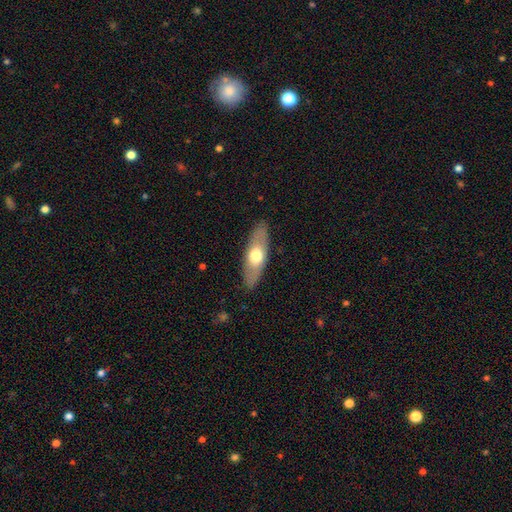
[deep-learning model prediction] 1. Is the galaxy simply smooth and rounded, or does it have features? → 57% smooth, 37% featured or disk, 5% star or artifact.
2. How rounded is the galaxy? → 64% in between, 33% cigar-shaped, 3% round.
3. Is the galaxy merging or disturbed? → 87% none, 10% minor disturbance, 2% major disturbance, 1% merger.